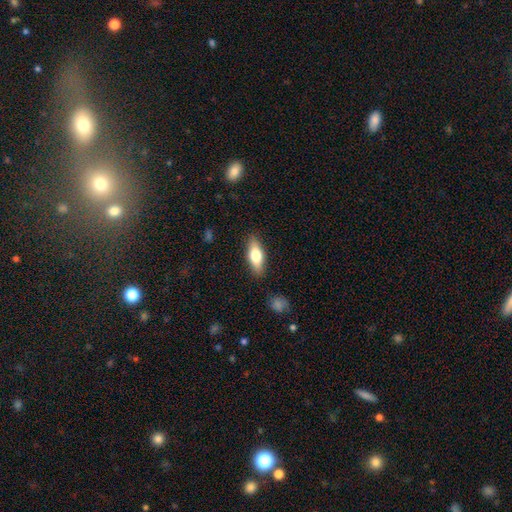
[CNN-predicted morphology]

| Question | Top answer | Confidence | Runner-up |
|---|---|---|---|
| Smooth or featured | smooth | 68% | featured or disk (26%) |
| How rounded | in between | 71% | cigar-shaped (26%) |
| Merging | none | 86% | minor disturbance (10%) |